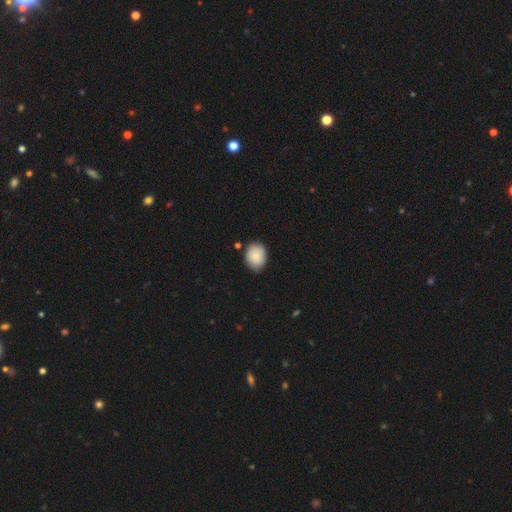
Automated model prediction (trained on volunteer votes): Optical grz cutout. It shows a smooth galaxy with no disk features (86%) that is in between round and cigar-shaped (51%). Merging: none (80%).